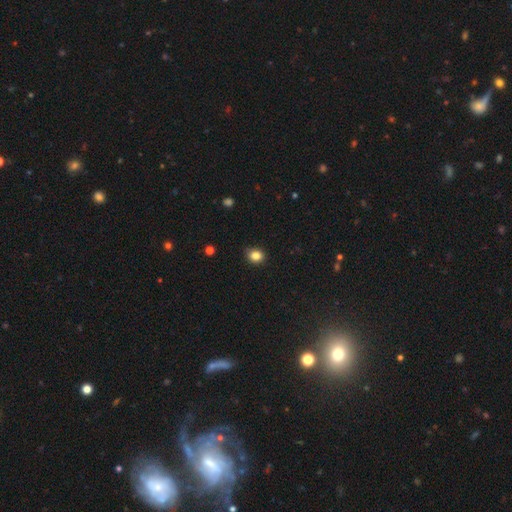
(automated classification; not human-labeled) This is clearly a smooth galaxy (84%). How rounded: likely round (63%). Merging: clearly none (82%).